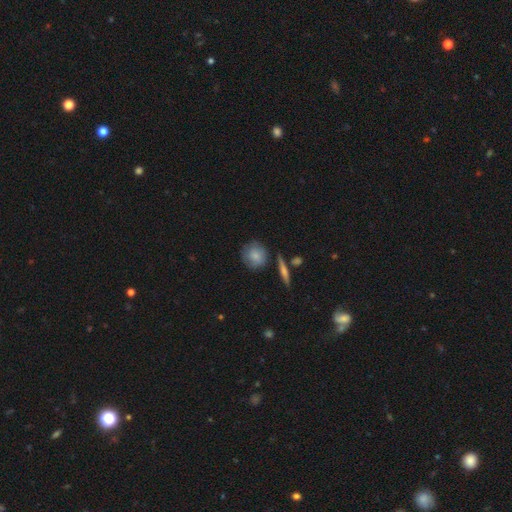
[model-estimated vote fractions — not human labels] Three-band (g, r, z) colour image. It shows a smooth galaxy with no disk features (78%) that is round (85%). Merging: none (76%).